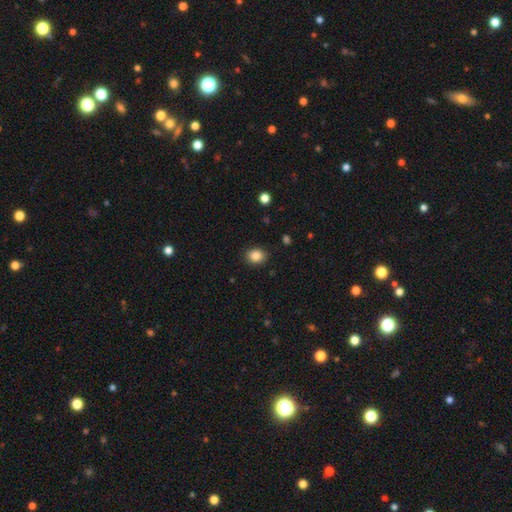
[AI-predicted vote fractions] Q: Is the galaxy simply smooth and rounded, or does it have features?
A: smooth — 86%.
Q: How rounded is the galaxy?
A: round — 55%.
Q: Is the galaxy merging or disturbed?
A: none — 88%.